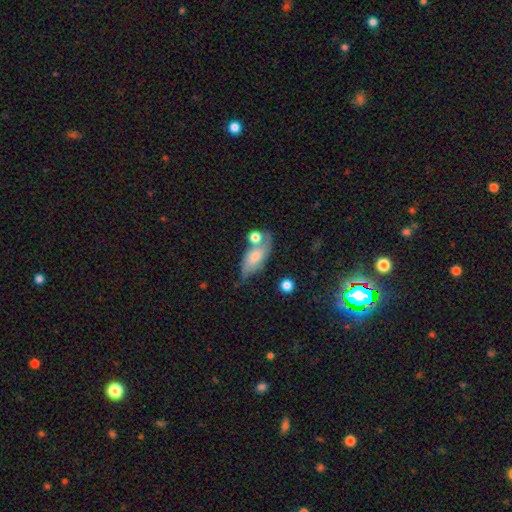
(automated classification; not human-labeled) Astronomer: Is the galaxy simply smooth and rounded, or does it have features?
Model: smooth — 56% (runner-up: featured or disk, 35%).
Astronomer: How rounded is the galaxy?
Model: in between — 80%.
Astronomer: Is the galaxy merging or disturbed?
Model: none — 42% (runner-up: minor disturbance, 27%).